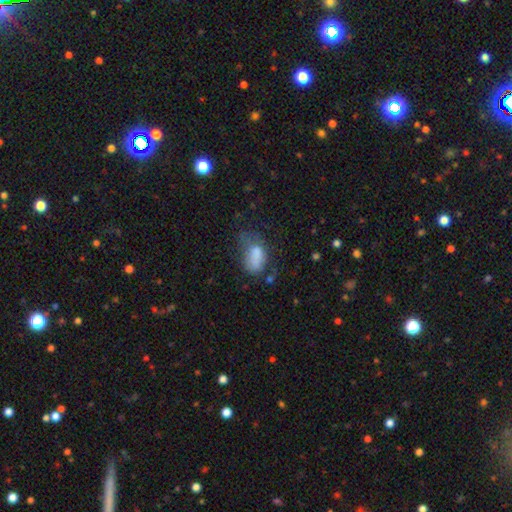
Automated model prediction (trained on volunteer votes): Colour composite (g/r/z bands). It shows a smooth galaxy with no disk features (73%) that is in between round and cigar-shaped (89%). Merging: major disturbance (36%).